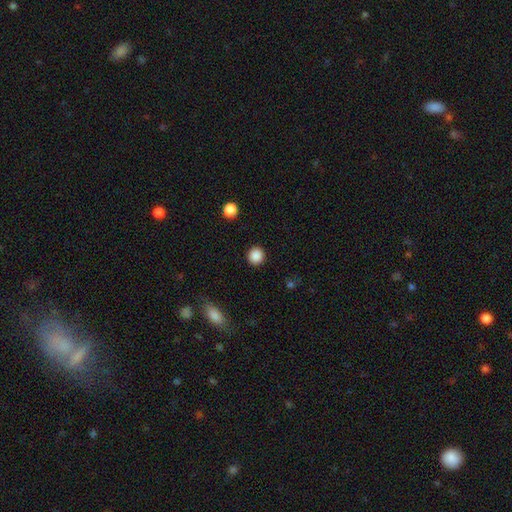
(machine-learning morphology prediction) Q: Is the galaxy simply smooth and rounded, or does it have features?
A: smooth — 88%.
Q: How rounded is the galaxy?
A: round — 91%.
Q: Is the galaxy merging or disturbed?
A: none — 91%.